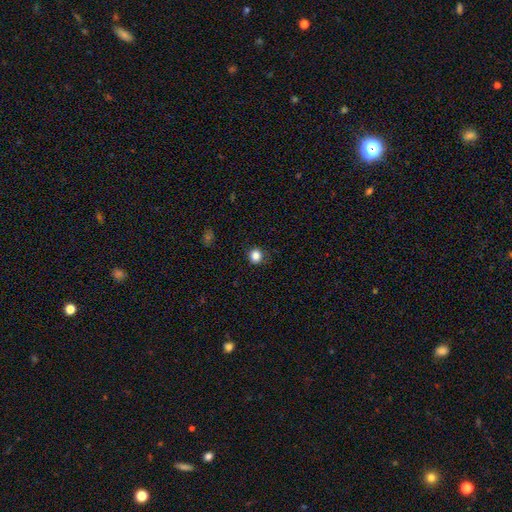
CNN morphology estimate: A smooth galaxy with no disk features (84%) that is round (92%).

Vote fractions:
- Smooth or featured? smooth: 84% / star or artifact: 12% / featured or disk: 4%
- How rounded? round: 92% / in between: 7% / cigar-shaped: 1%
- Merging? none: 88% / minor disturbance: 9% / major disturbance: 2% / merger: 1%